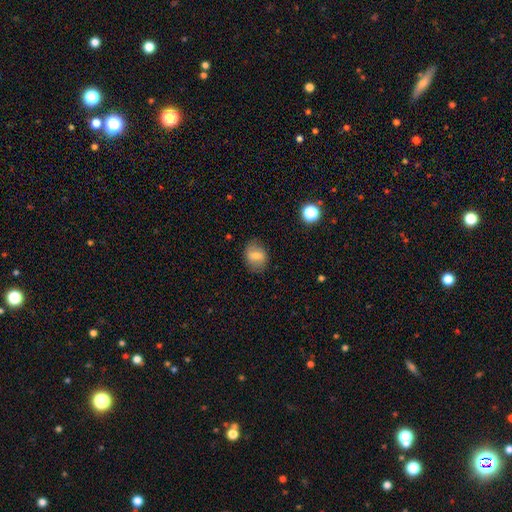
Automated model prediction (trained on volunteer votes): Q: Smooth or featured?
A: smooth (63%); runner-up: featured or disk (27%)
Q: How rounded?
A: in between (54%); runner-up: round (44%)
Q: Merging?
A: none (80%); runner-up: minor disturbance (14%)